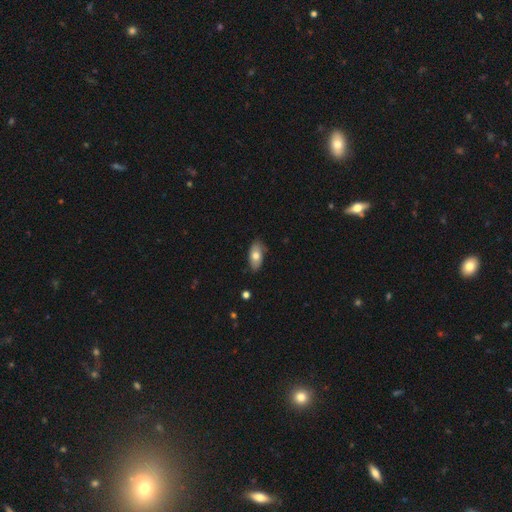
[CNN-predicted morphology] Smooth or featured? smooth (71%)
How rounded? in between (91%)
Merging? none (77%)